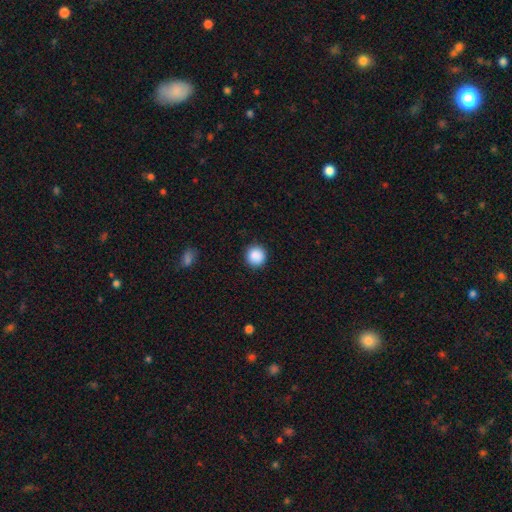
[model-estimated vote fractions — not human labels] Smooth or featured? Predicted: smooth (p=0.89). How rounded? Predicted: round (p=0.95). Merging? Predicted: none (p=0.91).